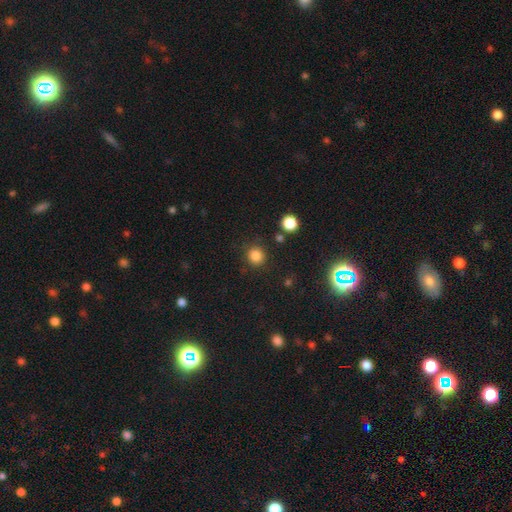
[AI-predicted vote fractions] smooth_or_featured: smooth (p=0.83) [alt: star or artifact p=0.13]
how_rounded: round (p=0.92) [alt: in between p=0.07]
merging: none (p=0.86) [alt: minor disturbance p=0.08]